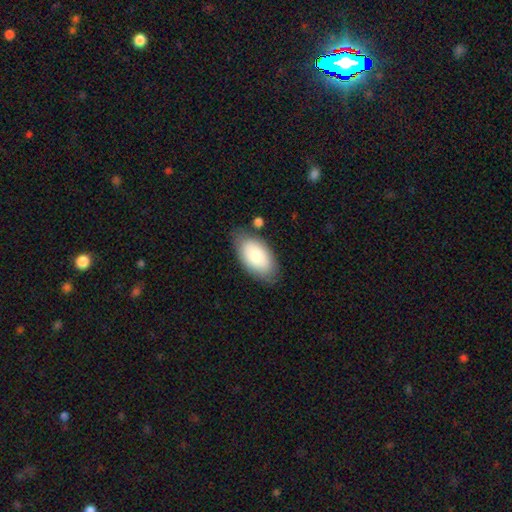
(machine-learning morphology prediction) Q: Smooth or featured?
A: smooth (80%); runner-up: featured or disk (14%)
Q: How rounded?
A: in between (95%); runner-up: round (3%)
Q: Merging?
A: none (74%); runner-up: minor disturbance (17%)